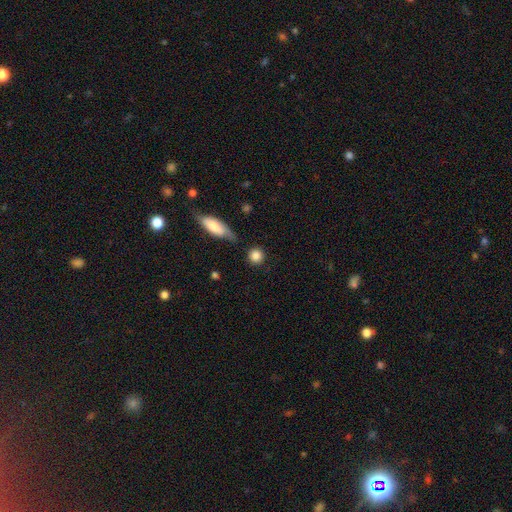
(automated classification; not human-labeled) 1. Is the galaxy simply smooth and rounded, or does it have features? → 85% smooth, 8% star or artifact, 7% featured or disk.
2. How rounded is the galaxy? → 90% round, 8% in between, 2% cigar-shaped.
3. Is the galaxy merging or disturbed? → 81% none, 10% minor disturbance, 5% merger, 4% major disturbance.